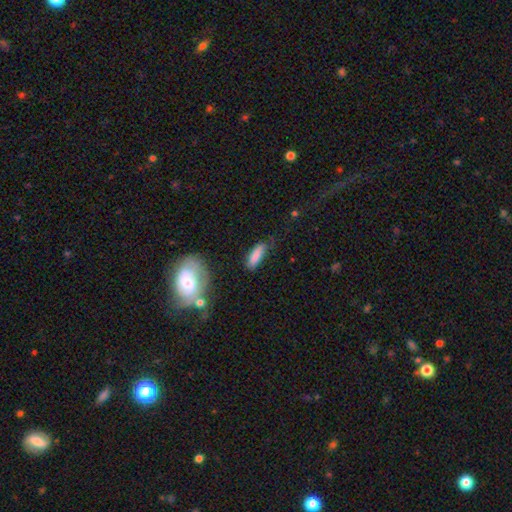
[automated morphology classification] Overall: smooth (84%). How rounded: cigar-shaped (49%, tied with in between). Merging: none (71%).